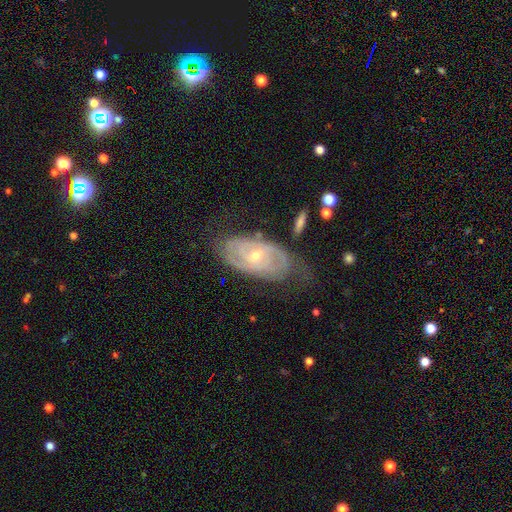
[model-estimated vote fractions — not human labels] smooth-or-featured: featured or disk: 83% | smooth: 11% | star or artifact: 6%
  disk-edge-on: no: 95% | yes: 5%
    bar: no: 68% | weak: 26% | strong: 7%
    has-spiral-arms: yes: 91% | no: 9%
      spiral-winding: tight: 70% | medium: 24% | loose: 6%
      spiral-arm-count: 2: 45% | can't tell: 33% | 3: 11% | 4: 4% | 1: 3% | more than 4: 3%
    bulge-size: small: 60% | moderate: 37% | large: 1% | none: 1% | dominant: 1%
  merging: none: 62% | minor disturbance: 25% | major disturbance: 11% | merger: 3%